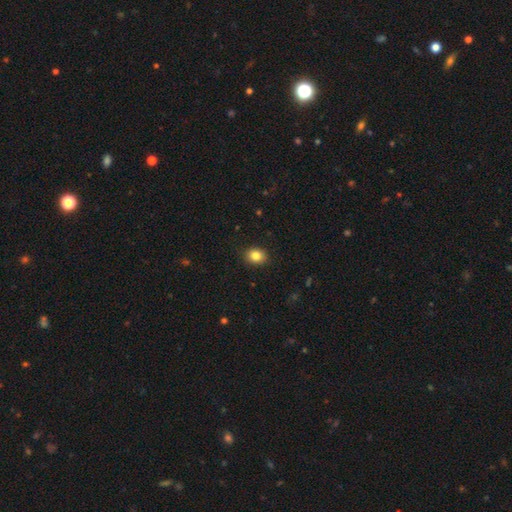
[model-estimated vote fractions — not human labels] smooth 84%, star or artifact 10%, featured or disk 6%. Down the decision tree: how rounded — round (54%); merging — none (90%).